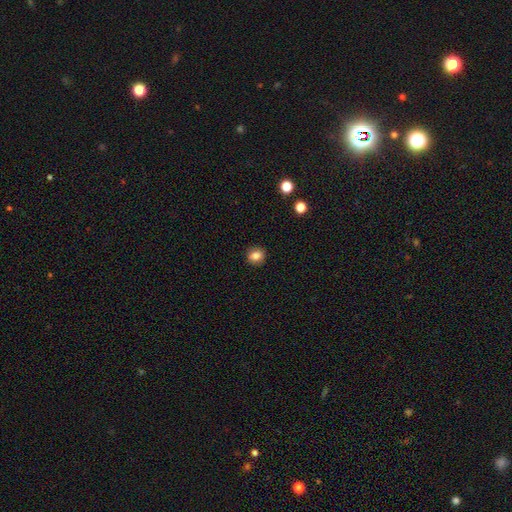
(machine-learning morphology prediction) This is clearly a smooth galaxy (82%). How rounded: likely round (79%). Merging: clearly none (90%).